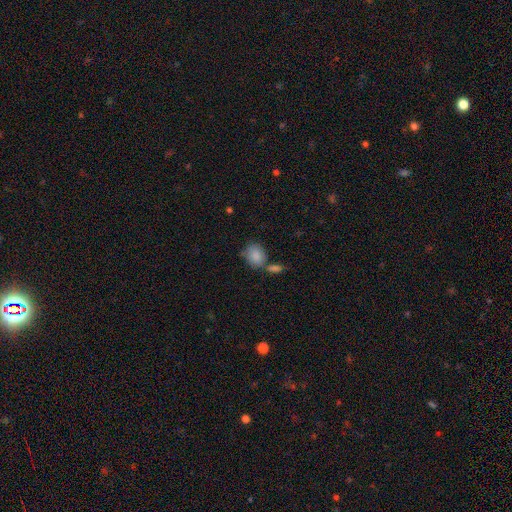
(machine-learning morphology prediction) Smooth or featured?
  - smooth: 86% *
  - star or artifact: 7%
  - featured or disk: 7%
How rounded?
  - in between: 58% *
  - round: 41%
  - cigar-shaped: 1%
Merging?
  - none: 50% *
  - merger: 27%
  - minor disturbance: 17%
  - major disturbance: 6%